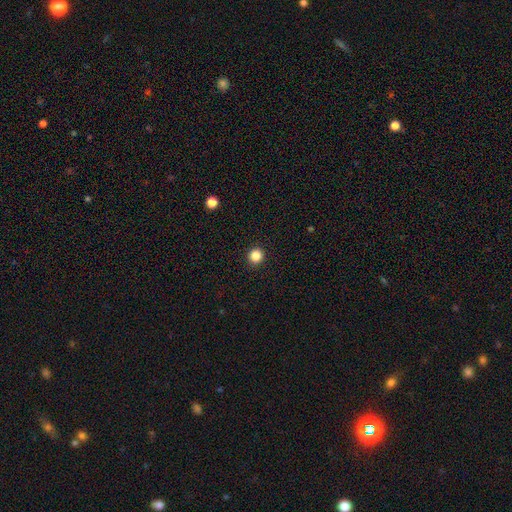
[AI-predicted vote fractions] smooth 85%, star or artifact 12%, featured or disk 4%. Down the decision tree: how rounded — round (94%); merging — none (94%).